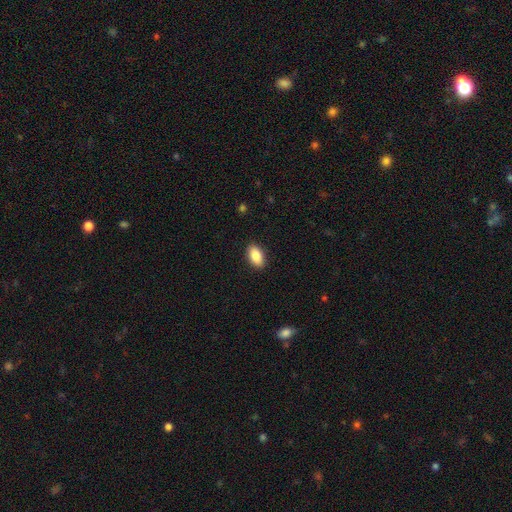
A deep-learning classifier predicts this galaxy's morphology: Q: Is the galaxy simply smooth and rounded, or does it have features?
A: smooth — 87%.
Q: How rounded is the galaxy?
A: in between — 92%.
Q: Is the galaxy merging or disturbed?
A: none — 90%.